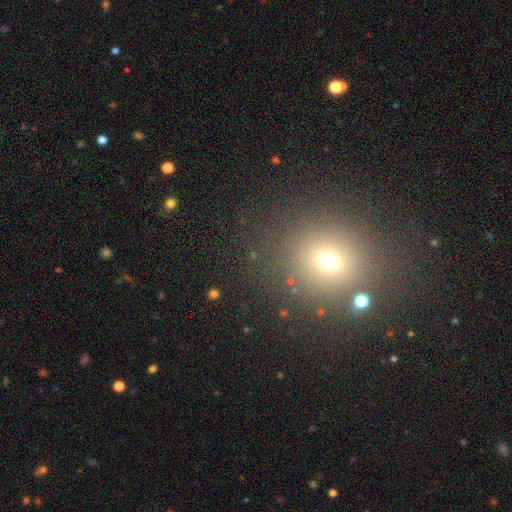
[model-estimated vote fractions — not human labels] Overall: smooth (57%; star or artifact 33%). How rounded: round (80%). Merging: none (83%).